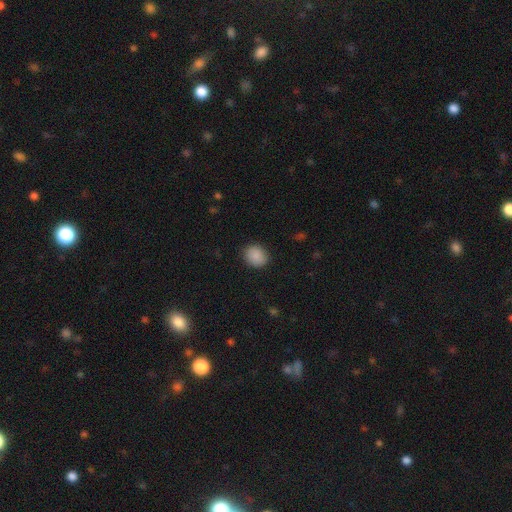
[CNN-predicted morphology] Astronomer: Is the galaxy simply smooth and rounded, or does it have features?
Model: smooth — 89%.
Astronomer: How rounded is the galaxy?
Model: round — 63%.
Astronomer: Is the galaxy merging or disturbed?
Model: none — 88%.